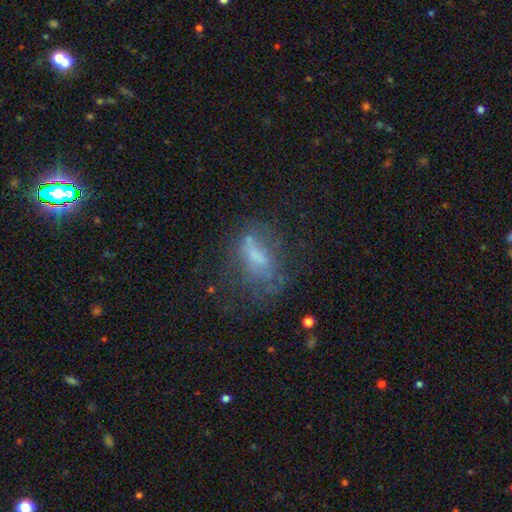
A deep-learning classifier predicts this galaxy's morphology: featured or disk 43%, smooth 41%, star or artifact 16%. Down the decision tree: merging — none (41%).